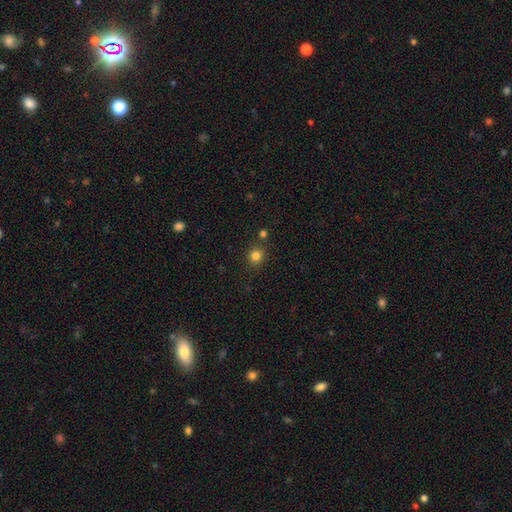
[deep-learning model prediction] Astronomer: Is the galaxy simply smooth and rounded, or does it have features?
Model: smooth — 82%.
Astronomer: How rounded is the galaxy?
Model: round — 88%.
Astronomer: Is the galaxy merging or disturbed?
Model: none — 82%.